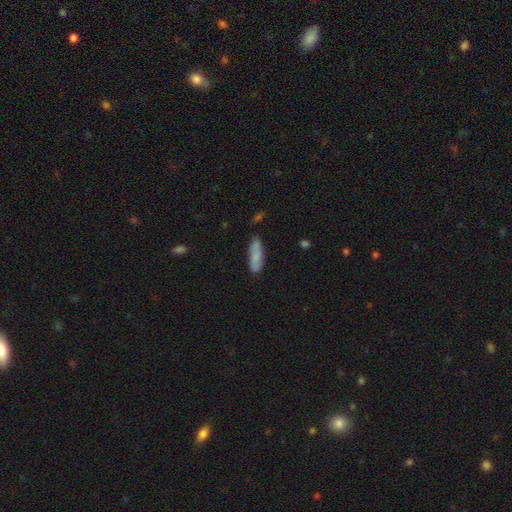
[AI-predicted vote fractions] Smooth or featured?
  - smooth: 76% *
  - featured or disk: 18%
  - star or artifact: 6%
How rounded?
  - cigar-shaped: 54% *
  - in between: 44%
  - round: 2%
Merging?
  - none: 74% *
  - minor disturbance: 19%
  - merger: 4%
  - major disturbance: 4%